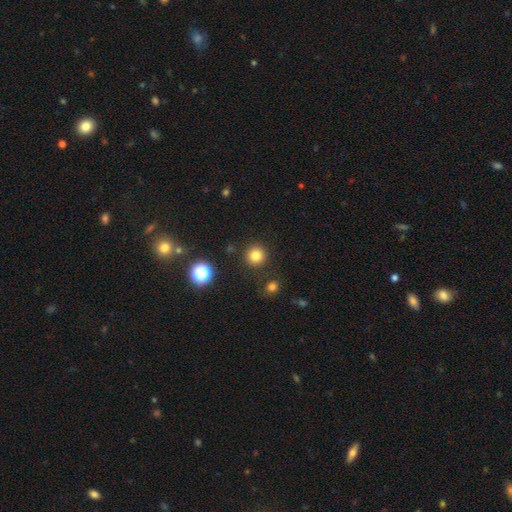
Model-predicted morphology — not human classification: This is clearly a smooth galaxy (81%). How rounded: clearly round (94%). Merging: clearly none (89%).